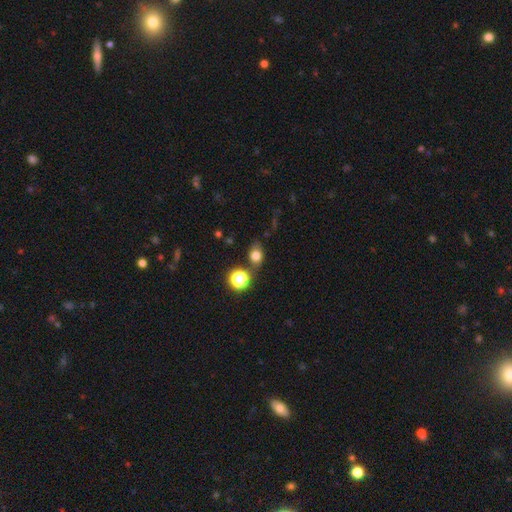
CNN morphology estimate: Overall: smooth (74%). How rounded: in between (56%; round 42%). Merging: none (67%).